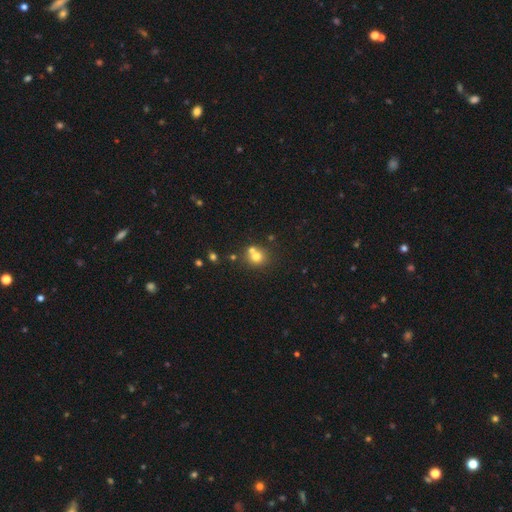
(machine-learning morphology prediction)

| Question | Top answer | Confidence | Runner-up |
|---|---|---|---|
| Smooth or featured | smooth | 71% | star or artifact (15%) |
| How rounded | round | 84% | in between (15%) |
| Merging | none | 51% | merger (38%) |